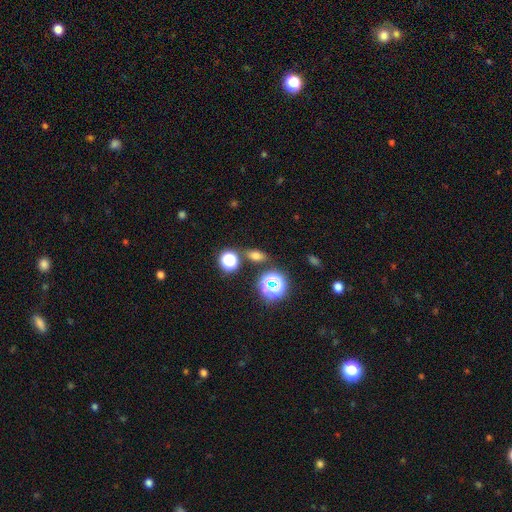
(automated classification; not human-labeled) The model was most divided on "smooth or featured": smooth: 65%, star or artifact: 25%, featured or disk: 9%. More confident: merging — none (81%); how rounded — in between (70%).